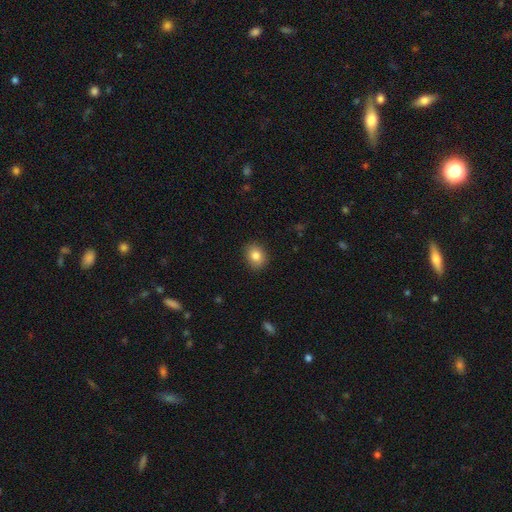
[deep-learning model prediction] Morphology: type=smooth (84%); roundness=round (51%); merging=none (88%).